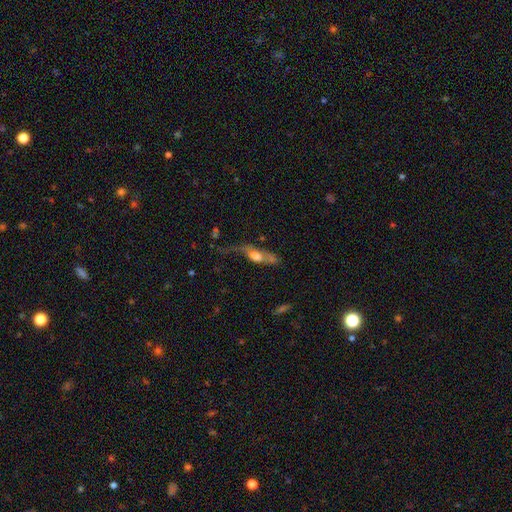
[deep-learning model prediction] Smooth or featured? Predicted: featured or disk (p=0.48). Merging? Predicted: major disturbance (p=0.43).